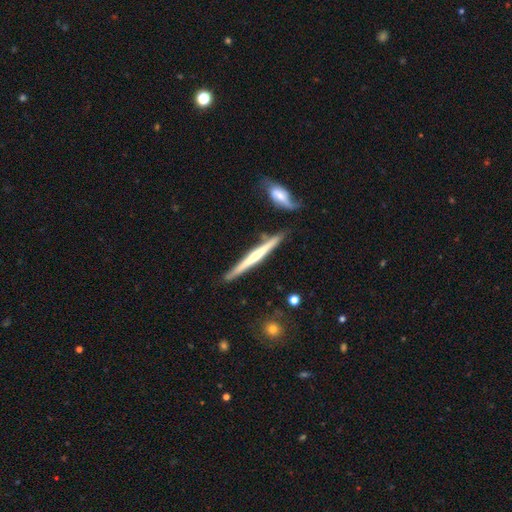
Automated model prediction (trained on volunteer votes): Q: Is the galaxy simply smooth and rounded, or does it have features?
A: featured or disk — 66%.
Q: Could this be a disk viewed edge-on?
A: yes — 97%.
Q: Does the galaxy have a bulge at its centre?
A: rounded — 52%.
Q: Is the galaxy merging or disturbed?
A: none — 81%.